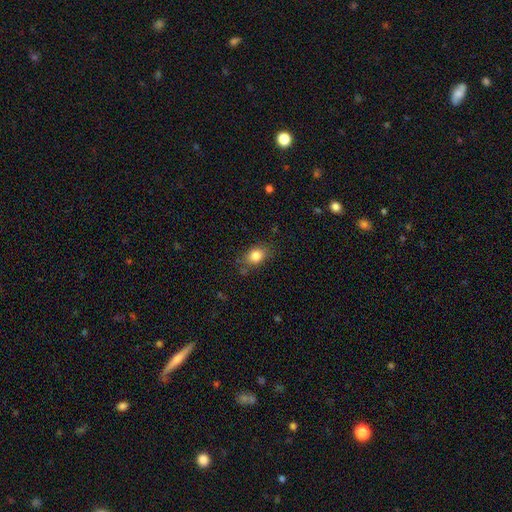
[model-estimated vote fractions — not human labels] smooth-or-featured: smooth: 83% | star or artifact: 10% | featured or disk: 8%
  how-rounded: in between: 66% | round: 33% | cigar-shaped: 2%
  merging: none: 77% | minor disturbance: 17% | major disturbance: 4% | merger: 3%